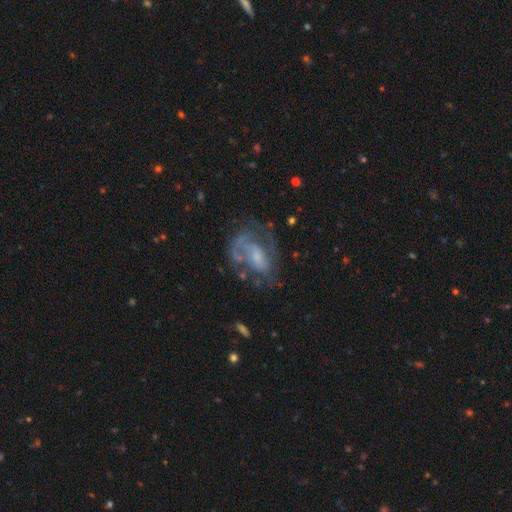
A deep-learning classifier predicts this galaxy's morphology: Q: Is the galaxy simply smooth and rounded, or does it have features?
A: featured or disk — 71%.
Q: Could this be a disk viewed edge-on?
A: no — 96%.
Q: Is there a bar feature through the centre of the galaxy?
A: no — 54%.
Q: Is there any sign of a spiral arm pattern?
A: yes — 67%.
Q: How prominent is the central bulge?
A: small — 40%.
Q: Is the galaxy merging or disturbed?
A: none — 47%.